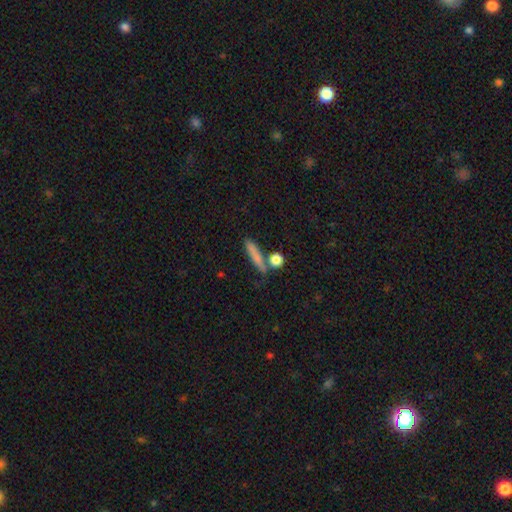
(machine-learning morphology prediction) smooth 74%, featured or disk 17%, star or artifact 9%. Down the decision tree: how rounded — cigar-shaped (75%); merging — none (68%).